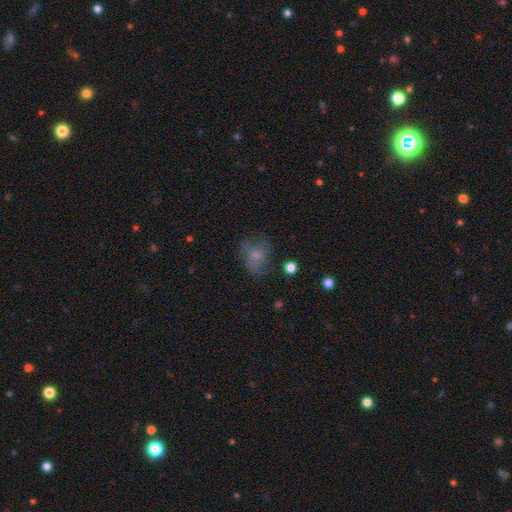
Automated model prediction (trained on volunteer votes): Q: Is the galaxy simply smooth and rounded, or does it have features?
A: smooth — 45%.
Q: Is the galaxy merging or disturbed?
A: none — 53%.